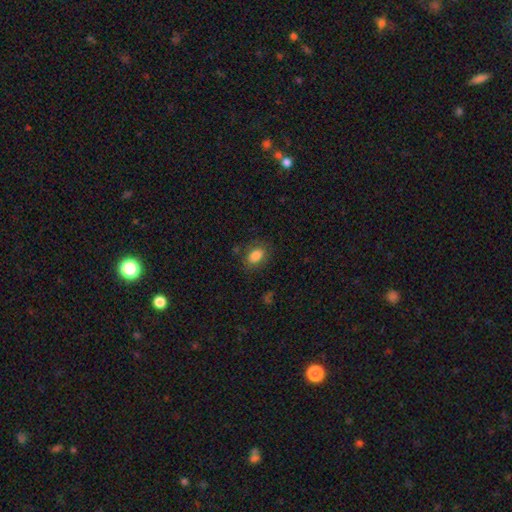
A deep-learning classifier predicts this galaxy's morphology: This appears to be a smooth galaxy with no disk features (84%) that is in between round and cigar-shaped (81%). Merging: none (79%).